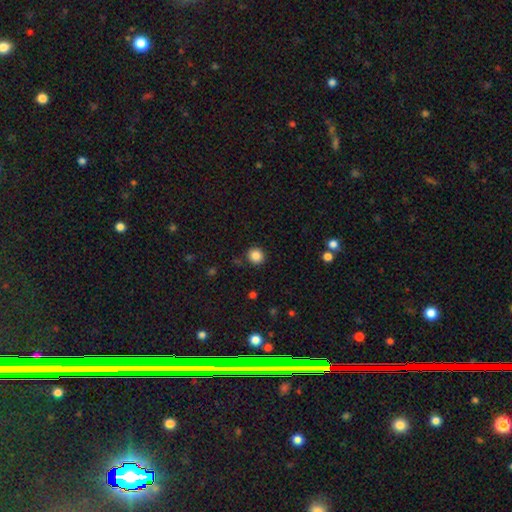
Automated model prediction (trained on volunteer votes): This is clearly a smooth galaxy (85%). How rounded: clearly round (91%). Merging: clearly none (89%).